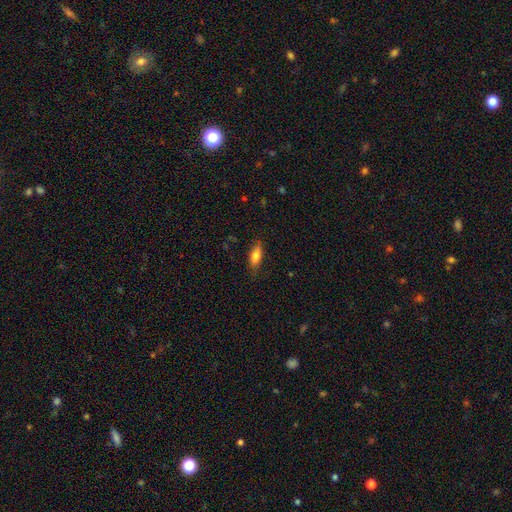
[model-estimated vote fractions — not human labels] A smooth galaxy with no disk features (78%) that is in between round and cigar-shaped (73%). Merging: none (74%).